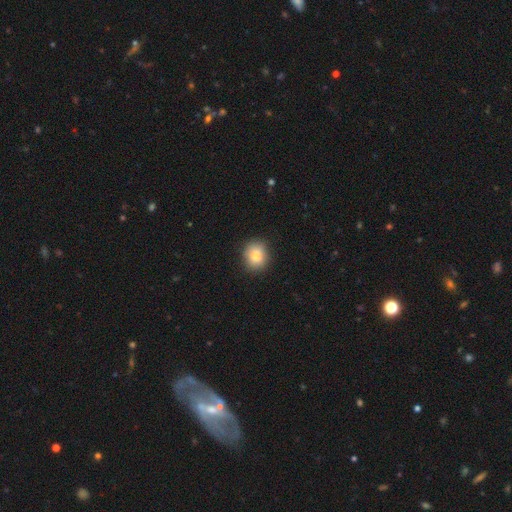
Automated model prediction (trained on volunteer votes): The model was most divided on "how rounded": round: 75%, in between: 24%, cigar-shaped: 1%. More confident: merging — none (88%); smooth or featured — smooth (81%).